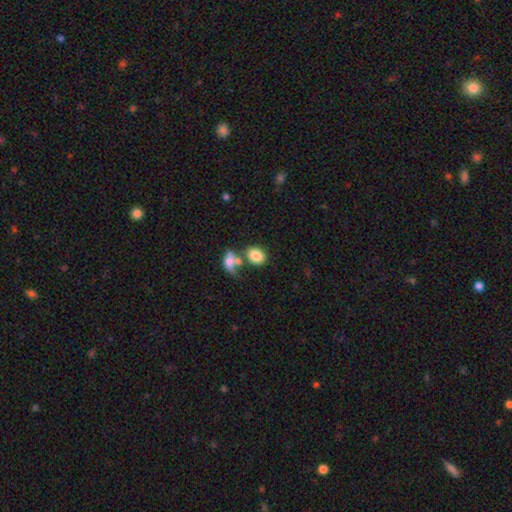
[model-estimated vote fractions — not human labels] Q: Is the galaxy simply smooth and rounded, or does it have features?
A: smooth — 81%.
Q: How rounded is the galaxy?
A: in between — 62%.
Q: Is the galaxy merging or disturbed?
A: none — 48%.